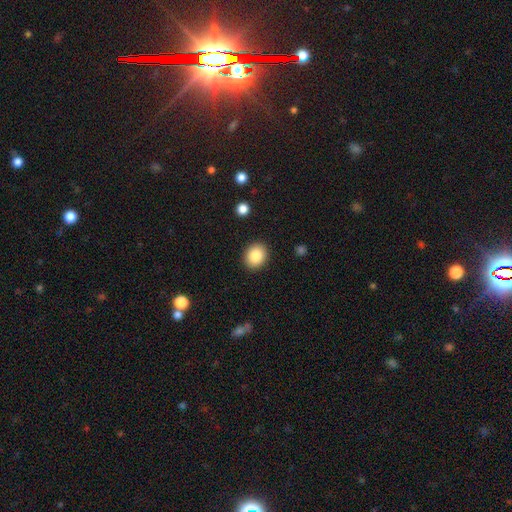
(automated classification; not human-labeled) Q: Smooth or featured?
A: smooth (85%); runner-up: star or artifact (8%)
Q: How rounded?
A: round (60%); runner-up: in between (39%)
Q: Merging?
A: none (90%); runner-up: minor disturbance (7%)